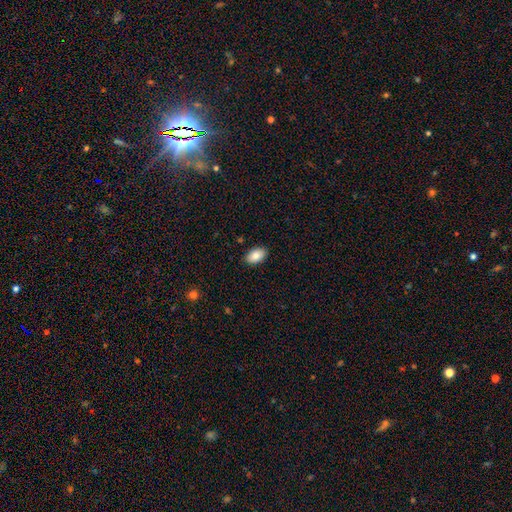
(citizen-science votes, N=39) Smooth or featured?
  - smooth: 85% *
  - featured or disk: 10%
  - star or artifact: 5%
How rounded?
  - in between: 91% *
  - round: 6%
  - cigar-shaped: 3%
Merging?
  - none: 92% *
  - minor disturbance: 8%
  - major disturbance: 0%
  - merger: 0%